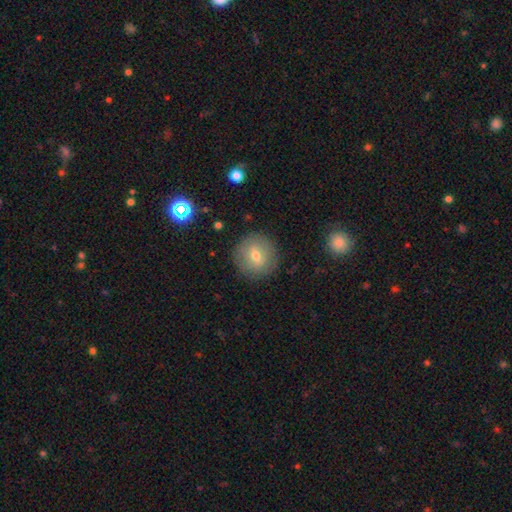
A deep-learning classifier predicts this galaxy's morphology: A smooth galaxy with no disk features (64%) that is round (92%).

Vote fractions:
- Smooth or featured? smooth: 64% / featured or disk: 26% / star or artifact: 10%
- How rounded? round: 92% / in between: 7% / cigar-shaped: 1%
- Merging? none: 87% / minor disturbance: 9% / major disturbance: 3% / merger: 1%